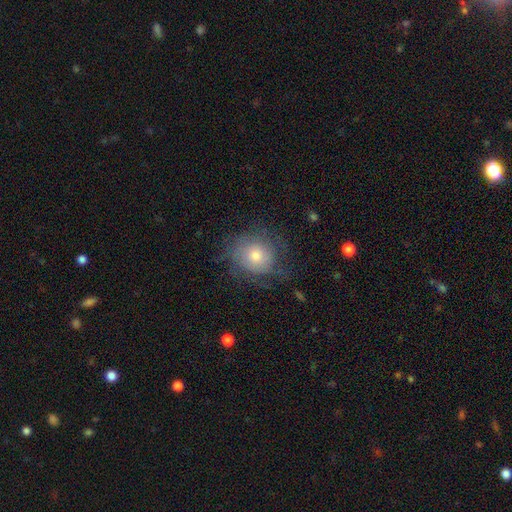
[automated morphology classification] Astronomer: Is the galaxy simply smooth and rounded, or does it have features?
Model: smooth — 55% (runner-up: featured or disk, 34%).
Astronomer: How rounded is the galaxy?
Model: round — 83%.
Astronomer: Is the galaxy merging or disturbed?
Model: none — 63%.